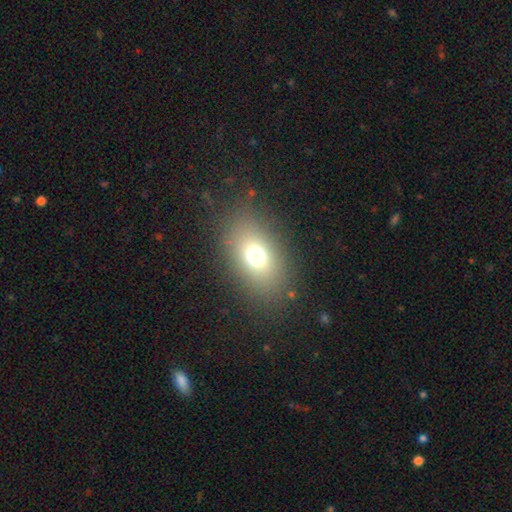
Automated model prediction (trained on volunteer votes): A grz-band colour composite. It shows a smooth galaxy with no disk features (69%) that is in between round and cigar-shaped (74%). Merging: none (81%).